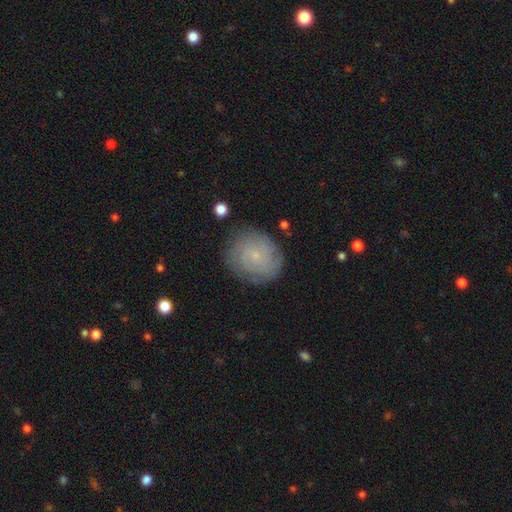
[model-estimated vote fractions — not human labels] smooth 46%, featured or disk 44%, star or artifact 10%. Down the decision tree: merging — none (80%).